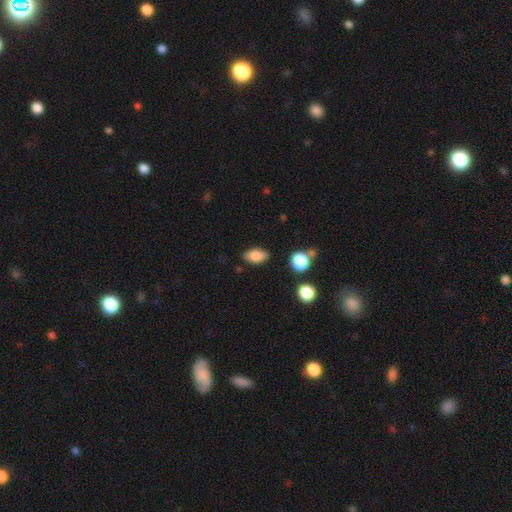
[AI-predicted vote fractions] The model was most divided on "merging": none: 83%, minor disturbance: 12%, merger: 3%, major disturbance: 3%. More confident: how rounded — in between (89%); smooth or featured — smooth (83%).